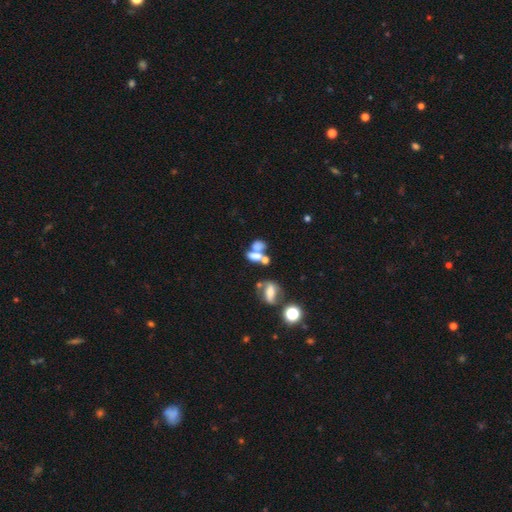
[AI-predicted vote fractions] Smooth or featured: smooth — 59% (featured or disk — 25%)
How rounded: in between — 72% (round — 21%)
Merging: merger — 54% (none — 25%)